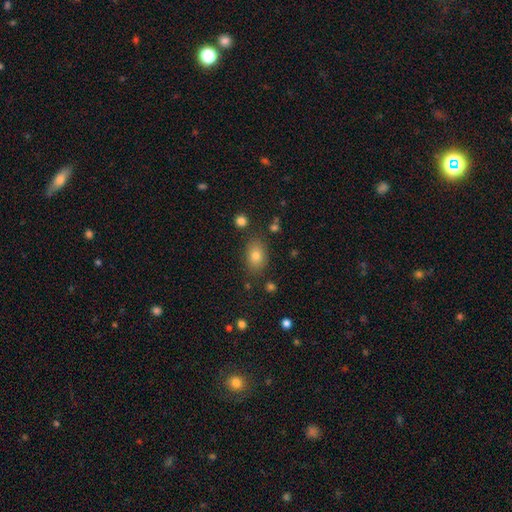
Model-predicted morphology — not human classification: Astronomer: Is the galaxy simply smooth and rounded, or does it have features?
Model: smooth — 78%.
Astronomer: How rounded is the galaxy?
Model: in between — 77%.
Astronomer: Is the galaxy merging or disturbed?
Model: none — 82%.